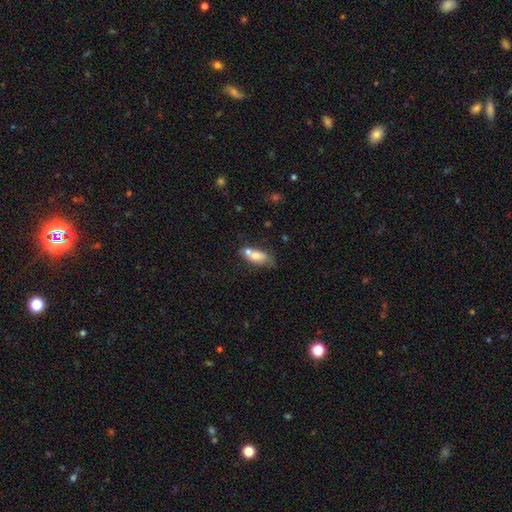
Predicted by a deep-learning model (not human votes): Smooth or featured? smooth (72%)
How rounded? in between (78%)
Merging? merger (39%)